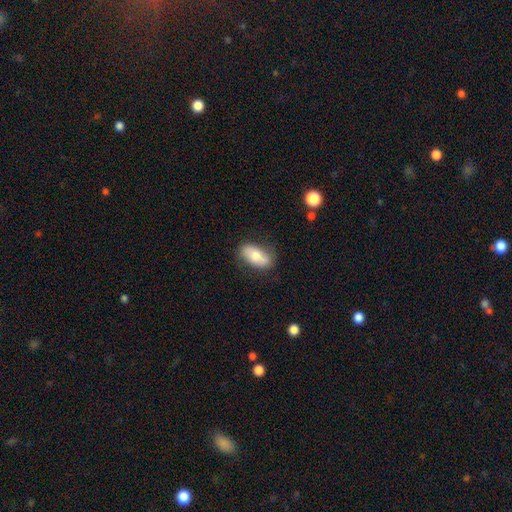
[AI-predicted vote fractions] Overall: smooth (67%). How rounded: in between (91%). Merging: none (76%).